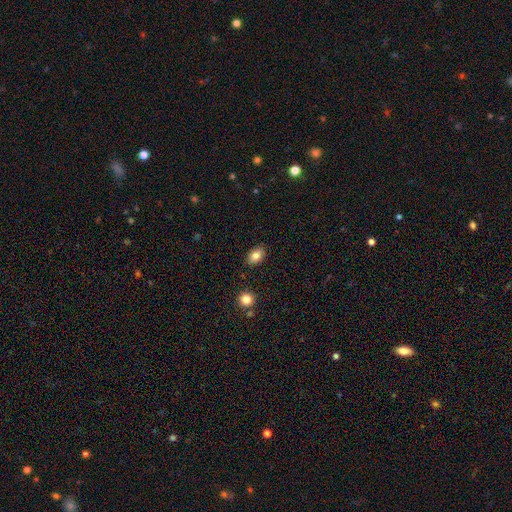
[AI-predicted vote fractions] This appears to be a smooth galaxy with no disk features (84%) that is in between round and cigar-shaped (85%). Merging: none (86%).